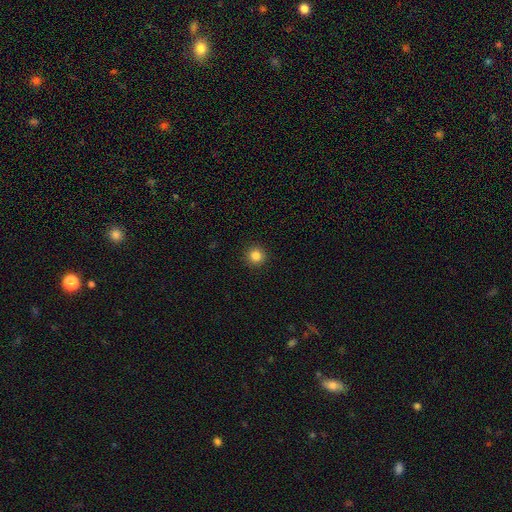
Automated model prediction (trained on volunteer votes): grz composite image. It shows a smooth galaxy with no disk features (84%) that is round (95%). Merging: none (93%).